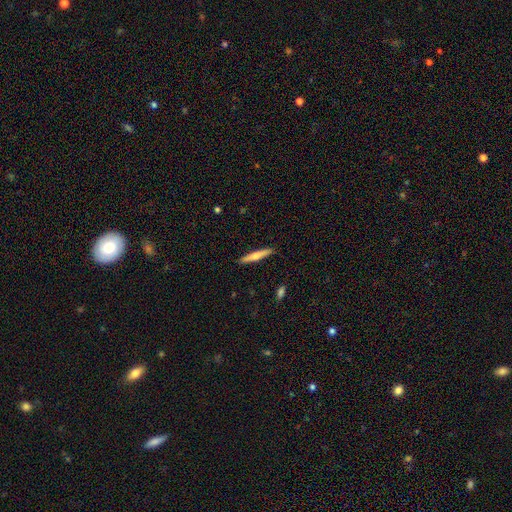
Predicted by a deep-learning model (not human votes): This is possibly a smooth galaxy (49%). Merging: clearly none (90%).